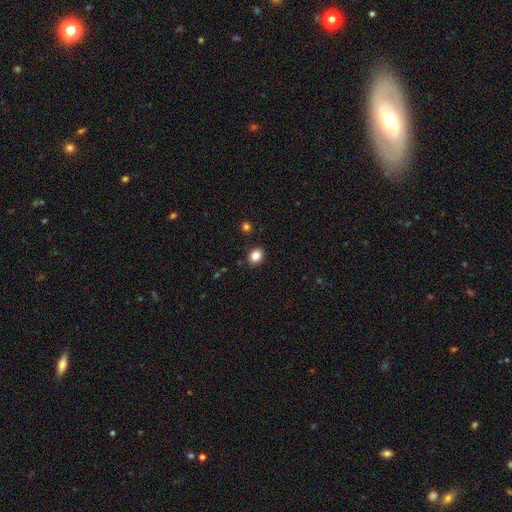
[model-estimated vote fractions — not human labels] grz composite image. It shows a smooth galaxy with no disk features (84%) that is round (52%). Merging: none (89%).